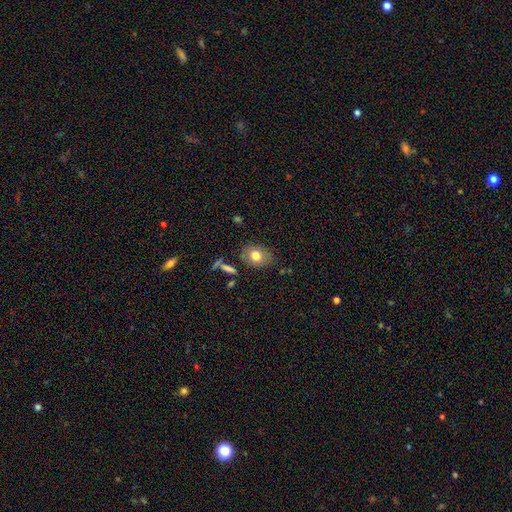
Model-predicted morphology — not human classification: Smooth or featured?
  - smooth: 76% *
  - featured or disk: 15%
  - star or artifact: 9%
How rounded?
  - in between: 67% *
  - round: 32%
  - cigar-shaped: 1%
Merging?
  - none: 77% *
  - minor disturbance: 15%
  - major disturbance: 4%
  - merger: 4%